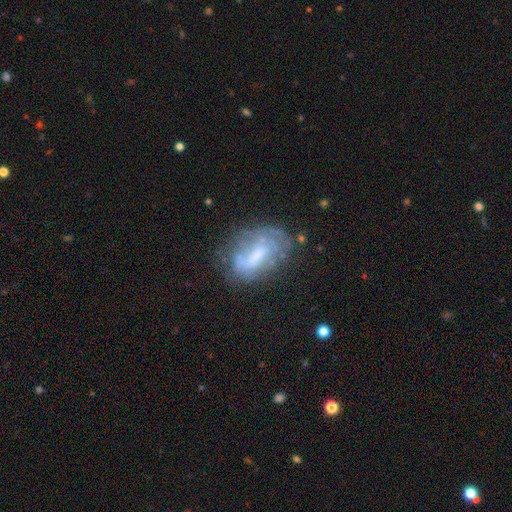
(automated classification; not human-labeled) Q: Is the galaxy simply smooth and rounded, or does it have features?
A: featured or disk — 61%.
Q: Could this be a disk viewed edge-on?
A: no — 94%.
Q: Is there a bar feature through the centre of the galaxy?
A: weak — 44%.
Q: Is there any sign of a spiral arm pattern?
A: yes — 54%.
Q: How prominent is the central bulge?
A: moderate — 38%.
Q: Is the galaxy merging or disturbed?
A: none — 54%.